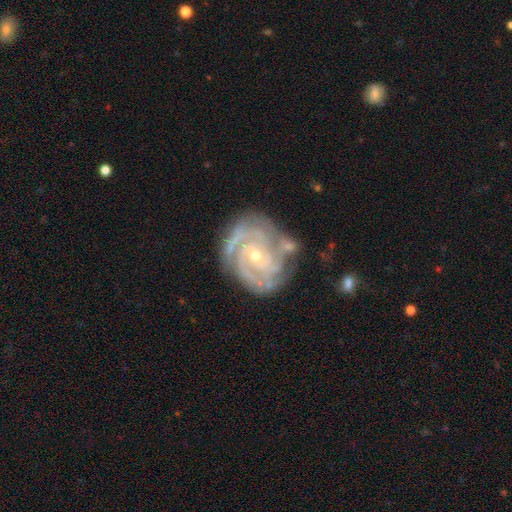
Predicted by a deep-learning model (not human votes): Smooth or featured? Predicted: featured or disk (p=0.91). Edge-on disk? Predicted: no (p=0.98). Bar? Predicted: no (p=0.61). Spiral arms? Predicted: yes (p=0.98). Spiral winding? Predicted: tight (p=0.78). Spiral arm count? Predicted: 3 (p=0.37). Bulge size? Predicted: small (p=0.65). Merging? Predicted: none (p=0.66).